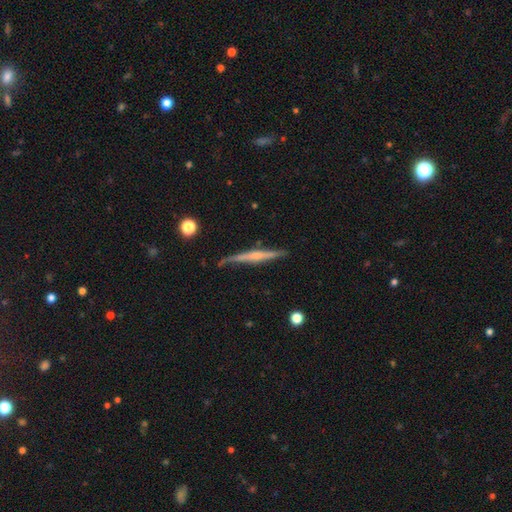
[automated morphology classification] The model was most divided on "edge-on bulge": rounded: 51%, none: 38%, boxy: 12%. More confident: edge-on disk — yes (97%); merging — none (77%); smooth or featured — featured or disk (67%).